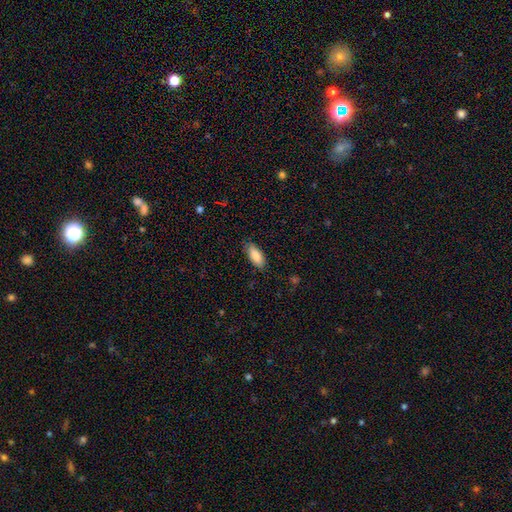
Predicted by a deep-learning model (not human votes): Smooth or featured: smooth — 87% (featured or disk — 7%)
How rounded: in between — 82% (cigar-shaped — 16%)
Merging: none — 84% (minor disturbance — 12%)